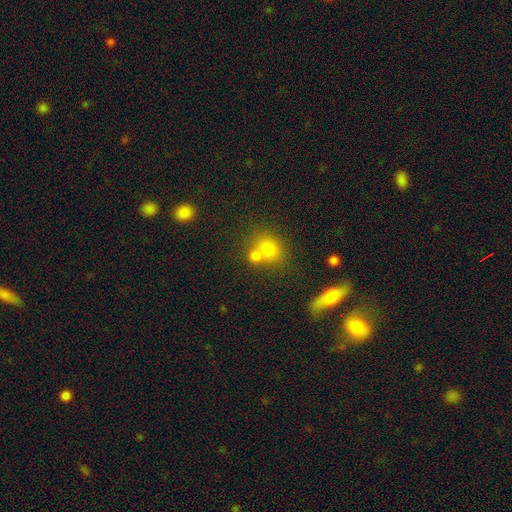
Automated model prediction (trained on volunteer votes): smooth_or_featured: smooth (p=0.75) [alt: star or artifact p=0.15]
how_rounded: round (p=0.71) [alt: in between p=0.27]
merging: merger (p=0.45) [alt: none p=0.42]